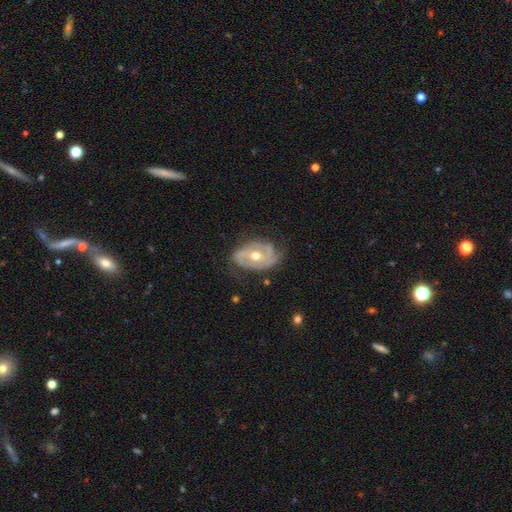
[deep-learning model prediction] The model was most divided on "spiral winding": tight: 49%, medium: 35%, loose: 15%. More confident: edge-on disk — no (96%); spiral arms — yes (88%); smooth or featured — featured or disk (83%); bulge size — moderate (73%); merging — none (64%); bar — no (59%); spiral arm count — 2 (53%).